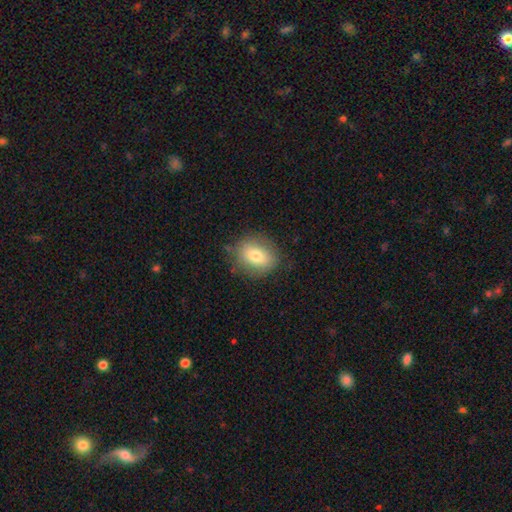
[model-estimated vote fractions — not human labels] Smooth or featured? Predicted: smooth (p=0.76). How rounded? Predicted: round (p=0.50). Merging? Predicted: none (p=0.79).